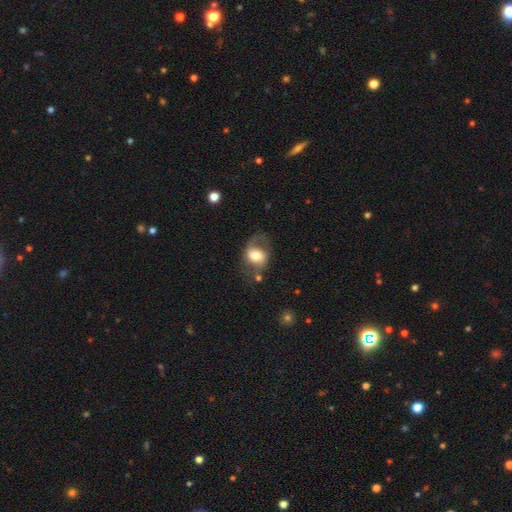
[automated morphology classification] A featured or disk galaxy (48%).

Vote fractions:
- Smooth or featured? featured or disk: 48% / smooth: 44% / star or artifact: 8%
- Merging? none: 46% / major disturbance: 26% / minor disturbance: 23% / merger: 5%